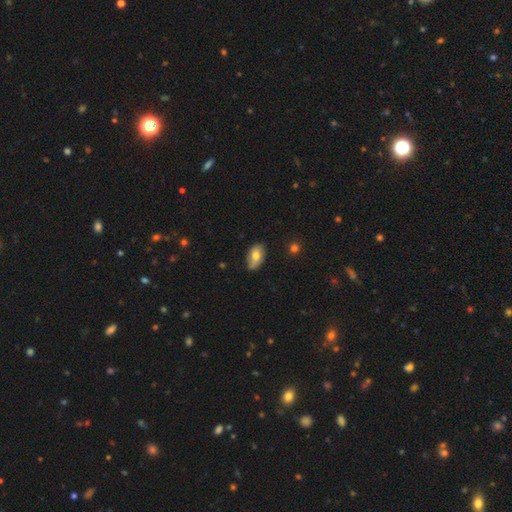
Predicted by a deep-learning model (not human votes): A smooth galaxy with no disk features (69%) that is in between round and cigar-shaped (92%). Merging: none (75%).